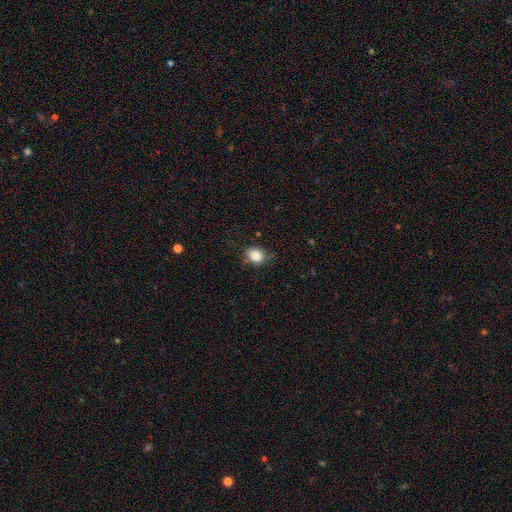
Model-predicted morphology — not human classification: This appears to be a smooth galaxy with no disk features (85%) that is in between round and cigar-shaped (50%). Merging: none (70%).